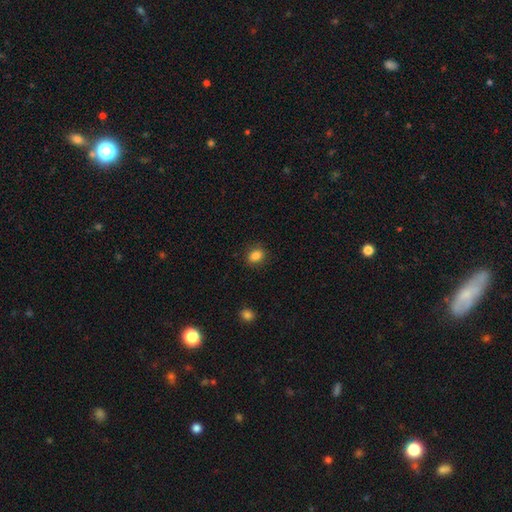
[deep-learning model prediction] A smooth galaxy with no disk features (85%) that is in between round and cigar-shaped (56%). Merging: none (88%).